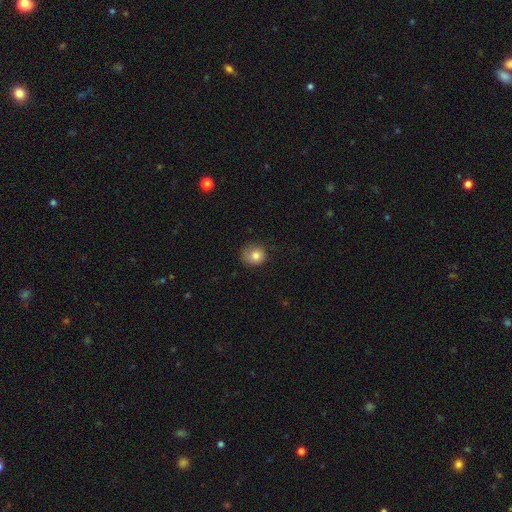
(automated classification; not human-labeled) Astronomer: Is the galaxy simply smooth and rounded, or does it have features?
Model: smooth — 80%.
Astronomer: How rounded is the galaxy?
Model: round — 80%.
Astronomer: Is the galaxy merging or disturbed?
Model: none — 65%.